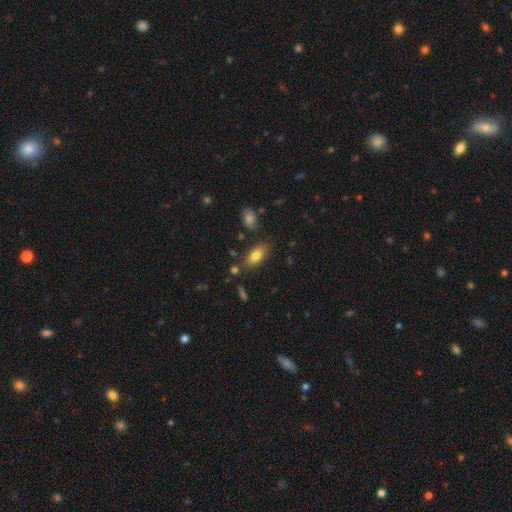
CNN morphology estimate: smooth 80%, featured or disk 12%, star or artifact 8%. Down the decision tree: how rounded — in between (87%); merging — none (77%).